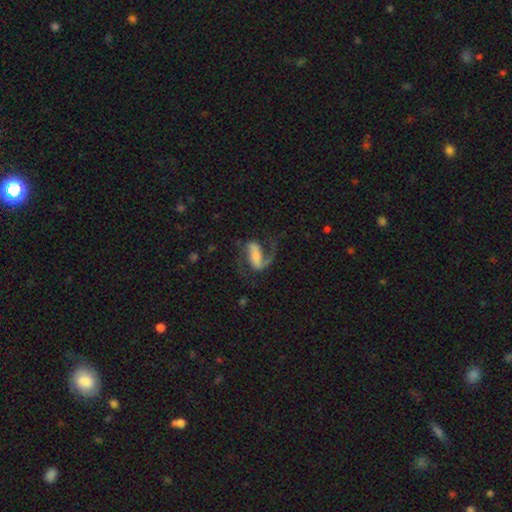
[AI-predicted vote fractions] This appears to be a featured or disk galaxy (82%) with a strong bar (48%), 2 (81%) loose (45%) spiral arms (95%) and a small central bulge (40%). Merging: none (61%).